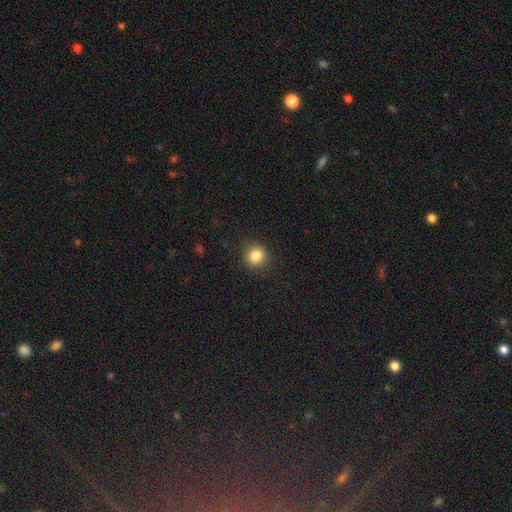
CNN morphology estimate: type=smooth (84%); roundness=round (89%); merging=none (89%).